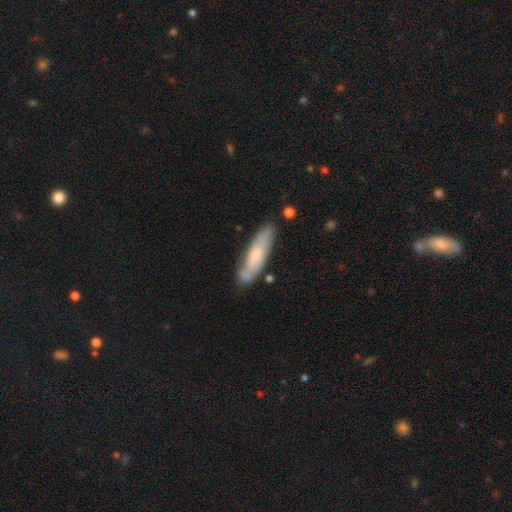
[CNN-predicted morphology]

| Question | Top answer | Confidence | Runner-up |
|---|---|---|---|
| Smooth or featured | smooth | 58% | featured or disk (36%) |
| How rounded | cigar-shaped | 64% | in between (35%) |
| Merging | none | 69% | minor disturbance (20%) |